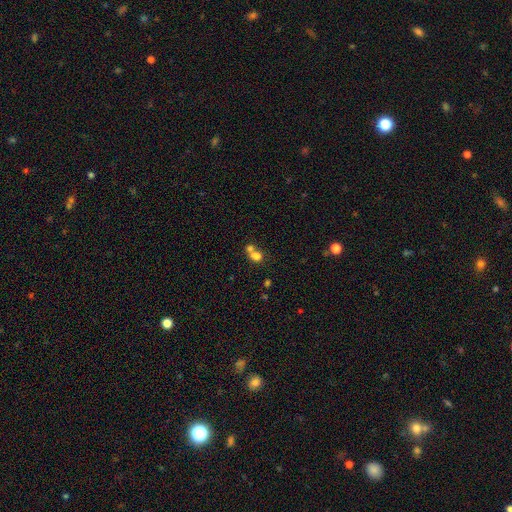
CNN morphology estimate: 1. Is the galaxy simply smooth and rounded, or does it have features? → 74% smooth, 13% star or artifact, 13% featured or disk.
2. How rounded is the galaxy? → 64% round, 35% in between, 1% cigar-shaped.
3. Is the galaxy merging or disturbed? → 58% merger, 32% none, 7% minor disturbance, 4% major disturbance.